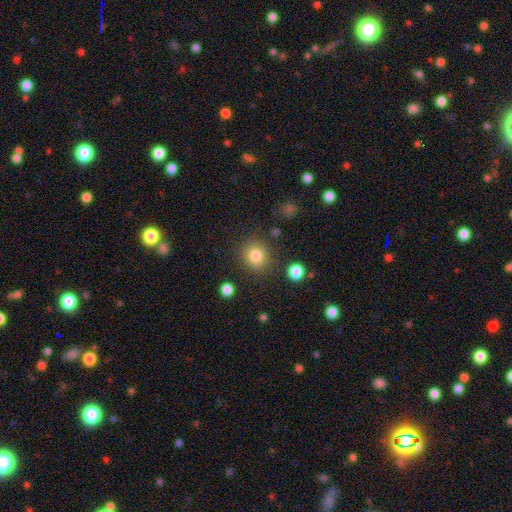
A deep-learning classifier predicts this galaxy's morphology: Overall: smooth (83%). How rounded: round (87%). Merging: none (84%).